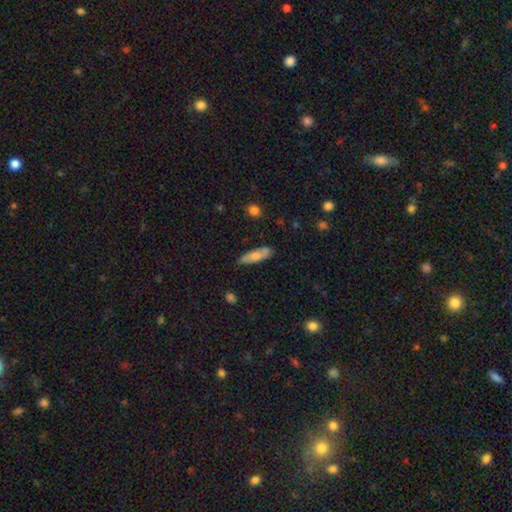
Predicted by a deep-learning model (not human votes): Smooth or featured: smooth — 71% (featured or disk — 23%)
How rounded: cigar-shaped — 55% (in between — 43%)
Merging: none — 75% (minor disturbance — 18%)